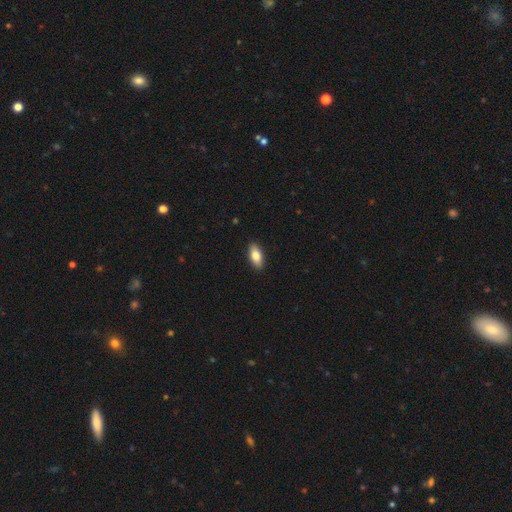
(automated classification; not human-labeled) smooth 80%, featured or disk 14%, star or artifact 6%. Down the decision tree: how rounded — in between (85%); merging — none (90%).